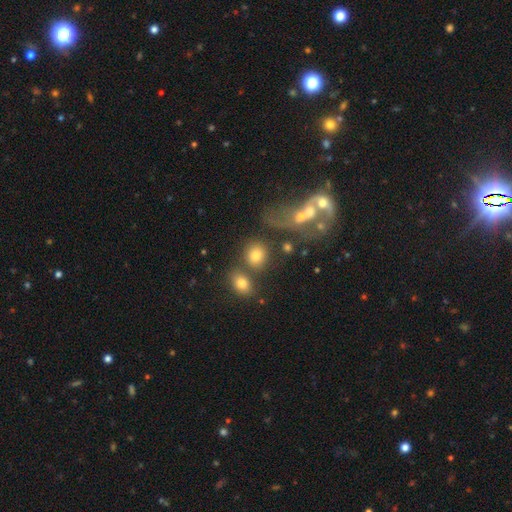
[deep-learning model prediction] smooth 76%, star or artifact 12%, featured or disk 12%. Down the decision tree: how rounded — round (70%); merging — none (58%).